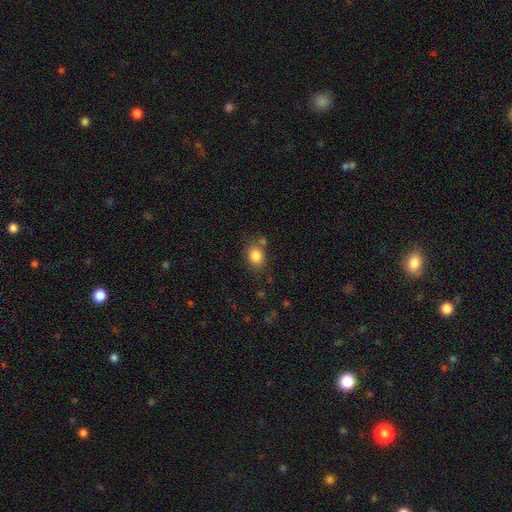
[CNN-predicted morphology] The model was most divided on "how rounded": round: 50%, in between: 49%, cigar-shaped: 1%. More confident: smooth or featured — smooth (83%); merging — none (70%).